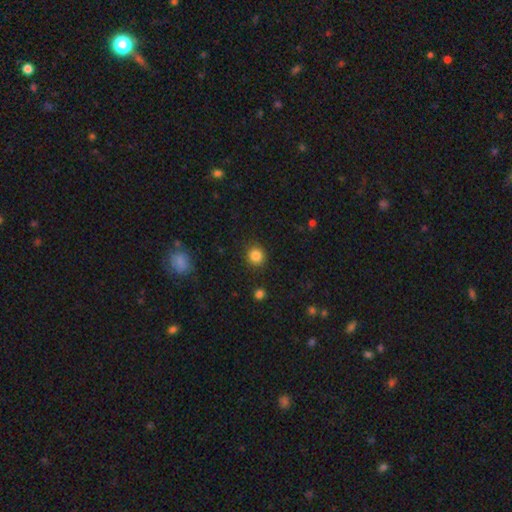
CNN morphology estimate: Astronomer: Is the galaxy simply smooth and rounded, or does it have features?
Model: smooth — 85%.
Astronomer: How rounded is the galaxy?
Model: round — 89%.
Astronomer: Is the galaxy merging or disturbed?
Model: none — 90%.